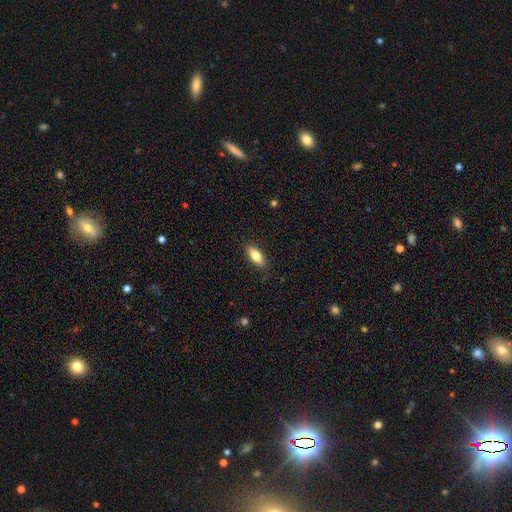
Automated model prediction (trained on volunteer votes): Q: Smooth or featured?
A: smooth (79%); runner-up: featured or disk (15%)
Q: How rounded?
A: in between (77%); runner-up: cigar-shaped (20%)
Q: Merging?
A: none (87%); runner-up: minor disturbance (9%)